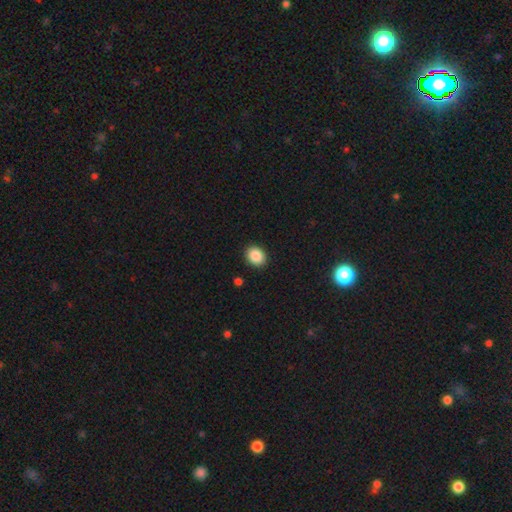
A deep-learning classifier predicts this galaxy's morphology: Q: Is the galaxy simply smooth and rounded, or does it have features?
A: smooth — 88%.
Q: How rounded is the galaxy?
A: round — 51%.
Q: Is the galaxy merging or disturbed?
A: none — 91%.